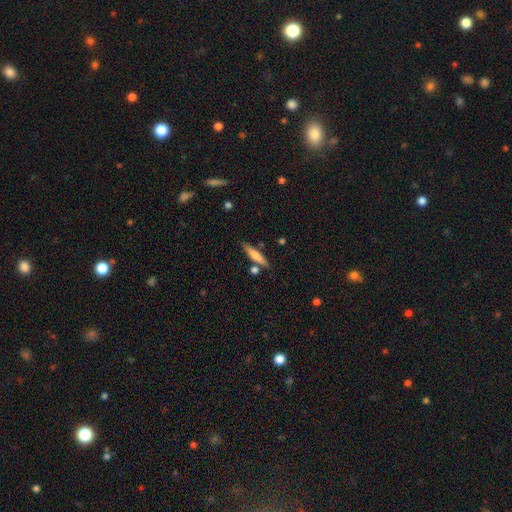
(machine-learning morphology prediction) Smooth or featured: smooth — 67% (featured or disk — 27%)
How rounded: cigar-shaped — 86% (in between — 13%)
Merging: none — 77% (minor disturbance — 12%)